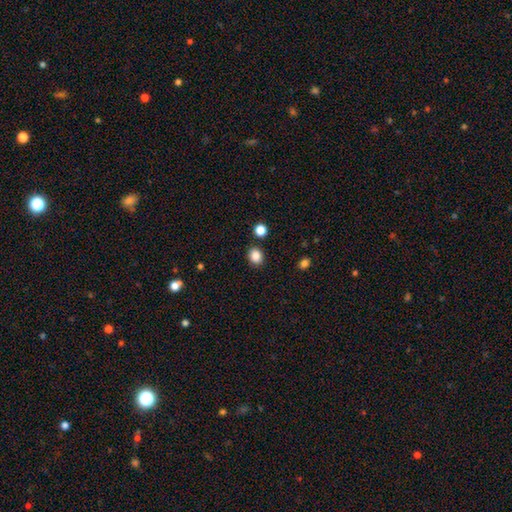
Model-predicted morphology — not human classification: Smooth or featured?
  - smooth: 86% *
  - star or artifact: 10%
  - featured or disk: 4%
How rounded?
  - round: 62% *
  - in between: 37%
  - cigar-shaped: 1%
Merging?
  - none: 86% *
  - minor disturbance: 8%
  - merger: 4%
  - major disturbance: 2%